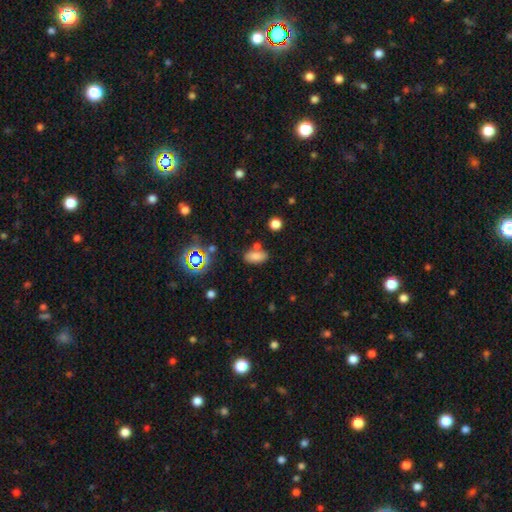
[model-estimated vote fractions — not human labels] Smooth or featured? Predicted: smooth (p=0.77). How rounded? Predicted: in between (p=0.86). Merging? Predicted: none (p=0.67).